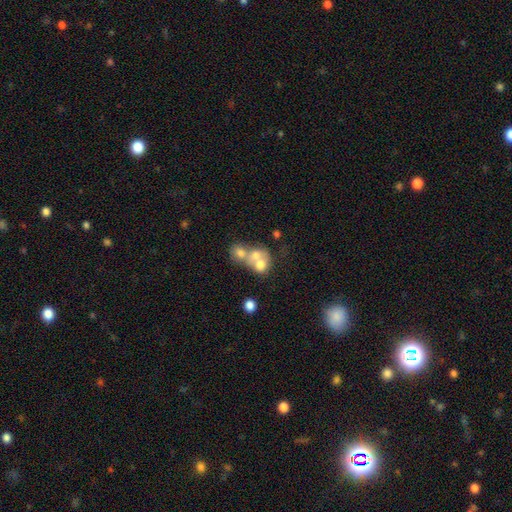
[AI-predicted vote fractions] Morphology: type=smooth (61%); roundness=round (63%); merging=merger (69%).